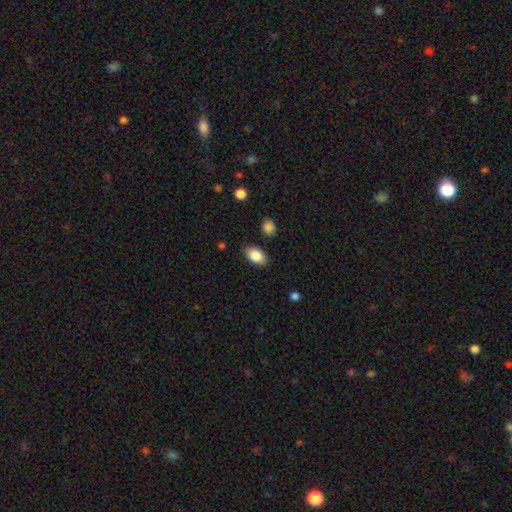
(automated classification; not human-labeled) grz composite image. It shows a smooth galaxy with no disk features (86%) that is in between round and cigar-shaped (92%). Merging: none (85%).